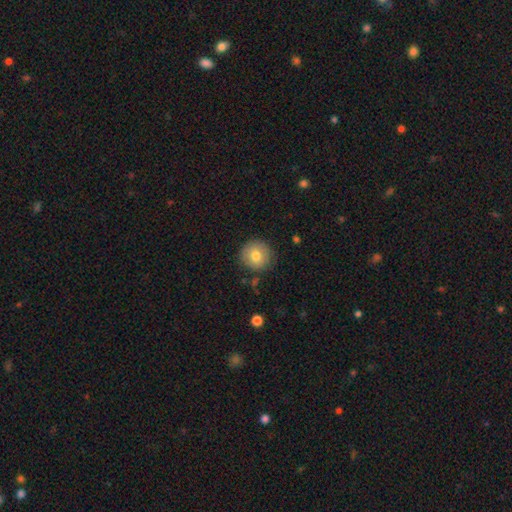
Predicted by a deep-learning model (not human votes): This is likely a smooth galaxy (77%). How rounded: clearly round (94%). Merging: clearly none (86%).